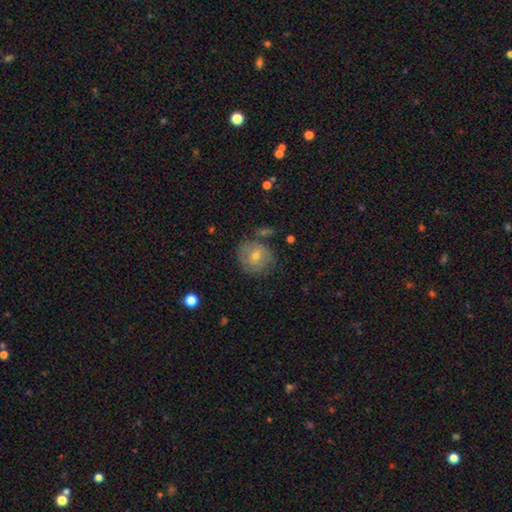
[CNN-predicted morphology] Smooth or featured? Predicted: smooth (p=0.49). Merging? Predicted: none (p=0.73).